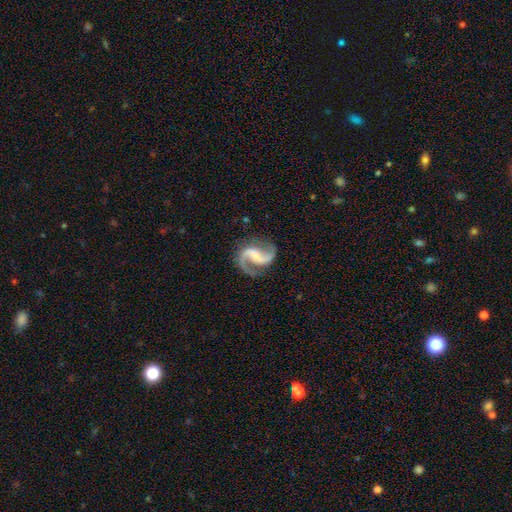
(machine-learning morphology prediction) Q: Smooth or featured?
A: featured or disk (93%); runner-up: star or artifact (4%)
Q: Edge-on disk?
A: no (98%); runner-up: yes (2%)
Q: Bar?
A: weak (43%); runner-up: no (31%)
Q: Spiral arms?
A: yes (98%); runner-up: no (2%)
Q: Spiral winding?
A: medium (52%); runner-up: loose (39%)
Q: Spiral arm count?
A: 2 (94%); runner-up: 1 (2%)
Q: Bulge size?
A: small (55%); runner-up: moderate (28%)
Q: Merging?
A: none (80%); runner-up: minor disturbance (13%)